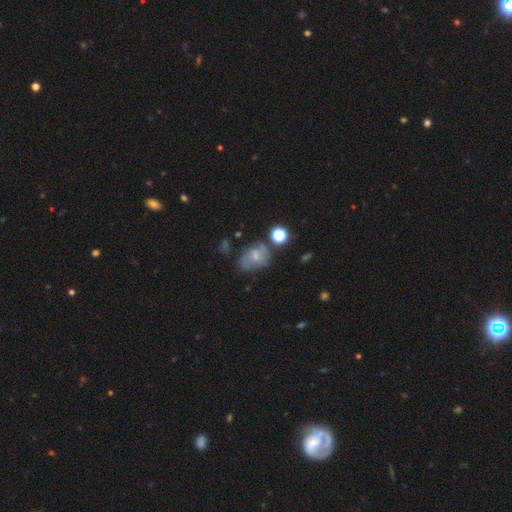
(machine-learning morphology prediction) Smooth or featured?
  - smooth: 46% *
  - featured or disk: 40%
  - star or artifact: 14%
Merging?
  - none: 44% *
  - minor disturbance: 28%
  - major disturbance: 17%
  - merger: 11%